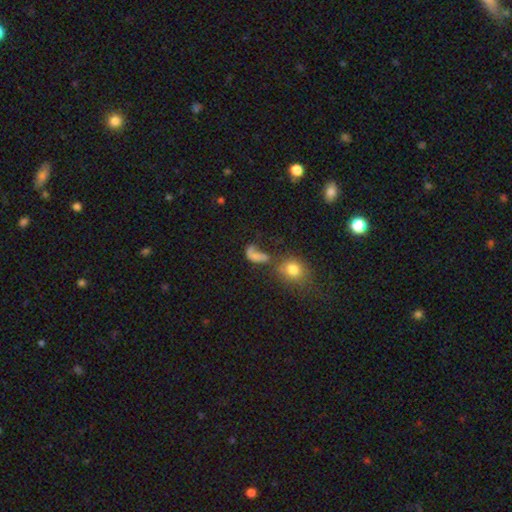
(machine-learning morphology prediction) Smooth or featured?
  - smooth: 56% *
  - featured or disk: 28%
  - star or artifact: 16%
How rounded?
  - in between: 70% *
  - round: 24%
  - cigar-shaped: 6%
Merging?
  - major disturbance: 31% *
  - merger: 29%
  - none: 25%
  - minor disturbance: 15%